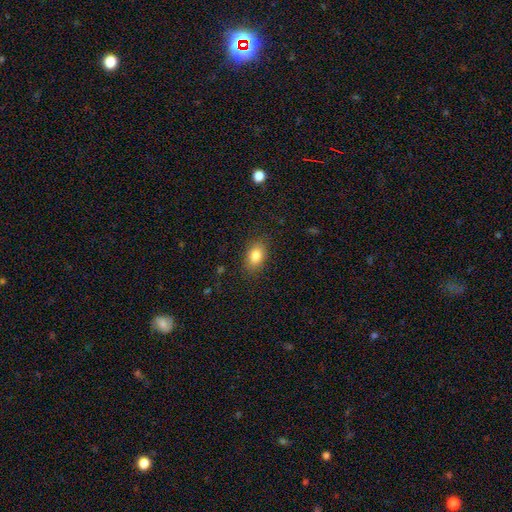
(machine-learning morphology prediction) smooth_or_featured: smooth (p=0.83) [alt: star or artifact p=0.09]
how_rounded: in between (p=0.83) [alt: round p=0.16]
merging: none (p=0.85) [alt: minor disturbance p=0.11]